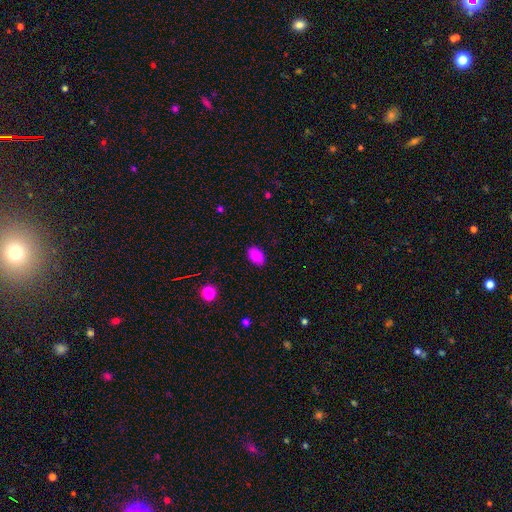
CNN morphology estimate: The model was most divided on "merging": none: 86%, minor disturbance: 11%, major disturbance: 2%, merger: 1%. More confident: how rounded — in between (89%); smooth or featured — smooth (87%).